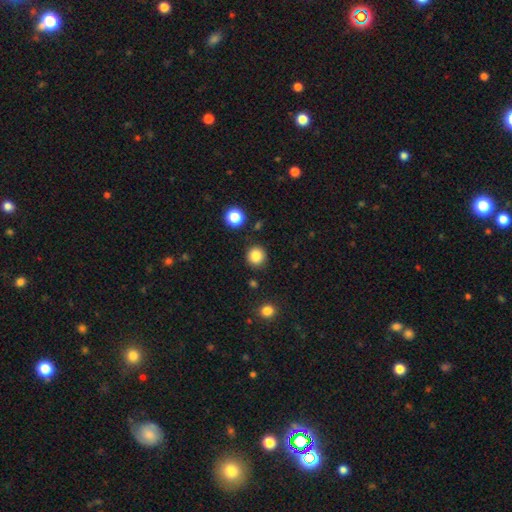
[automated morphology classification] Smooth or featured?
  - smooth: 85% *
  - star or artifact: 11%
  - featured or disk: 4%
How rounded?
  - round: 91% *
  - in between: 8%
  - cigar-shaped: 1%
Merging?
  - none: 89% *
  - minor disturbance: 7%
  - major disturbance: 2%
  - merger: 2%